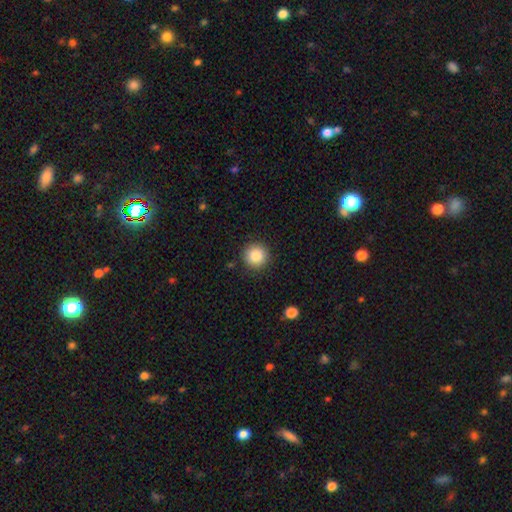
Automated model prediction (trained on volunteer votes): The model was most divided on "smooth or featured": smooth: 85%, star or artifact: 9%, featured or disk: 5%. More confident: how rounded — round (95%); merging — none (90%).